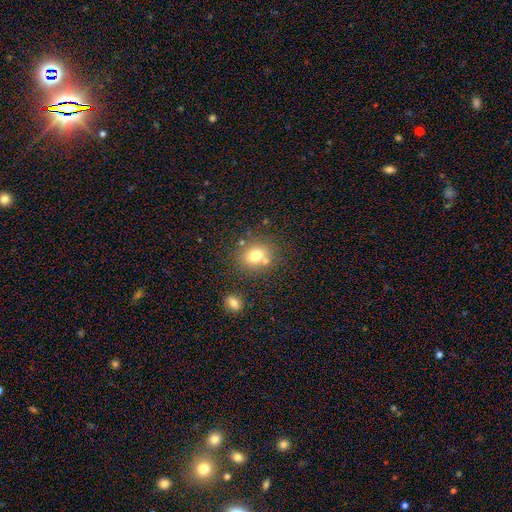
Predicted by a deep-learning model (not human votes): A smooth galaxy with no disk features (74%) that is round (63%). Merging: none (66%).